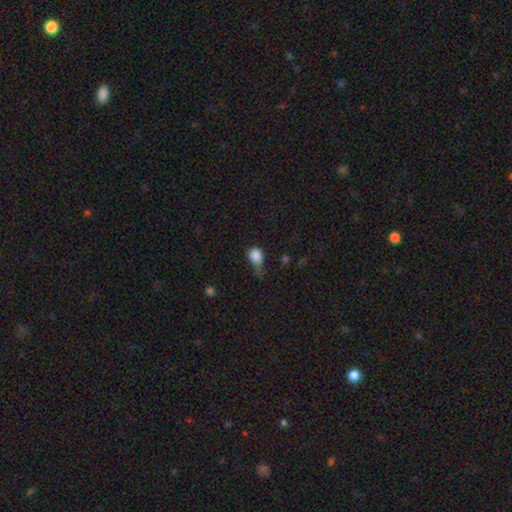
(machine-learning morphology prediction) smooth_or_featured: smooth (p=0.83) [alt: star or artifact p=0.10]
how_rounded: round (p=0.65) [alt: in between p=0.33]
merging: minor disturbance (p=0.39) [alt: none p=0.30]